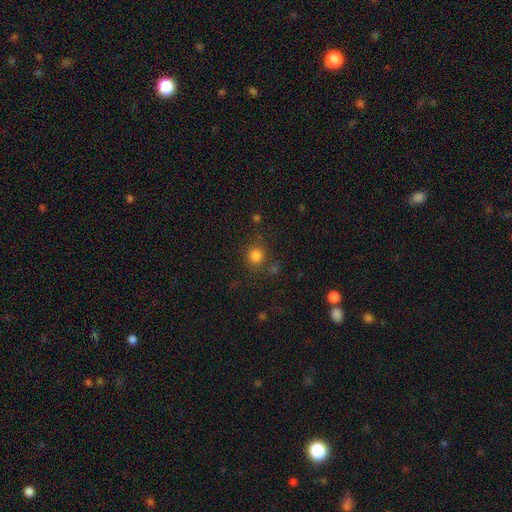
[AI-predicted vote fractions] smooth_or_featured: smooth (p=0.81) [alt: star or artifact p=0.13]
how_rounded: round (p=0.89) [alt: in between p=0.10]
merging: none (p=0.77) [alt: minor disturbance p=0.12]